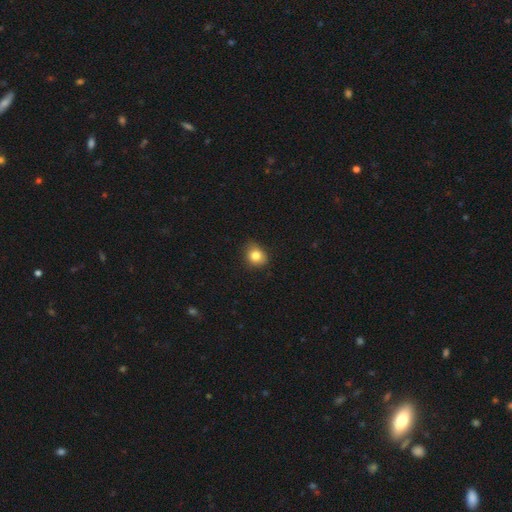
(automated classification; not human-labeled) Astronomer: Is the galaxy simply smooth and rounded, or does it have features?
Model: smooth — 82%.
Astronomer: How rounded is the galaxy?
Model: round — 64%.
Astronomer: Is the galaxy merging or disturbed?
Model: none — 74%.